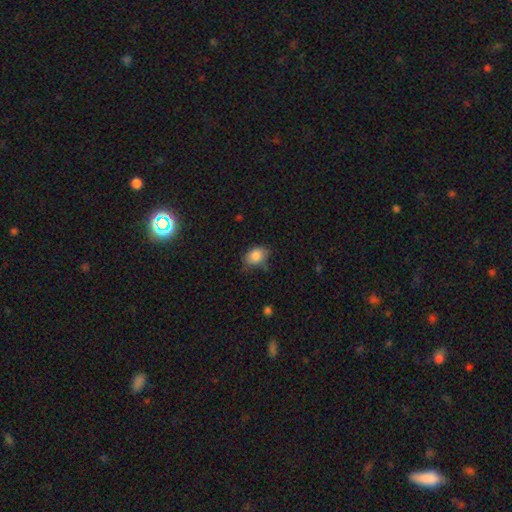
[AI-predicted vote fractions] A smooth galaxy with no disk features (85%) that is in between round and cigar-shaped (71%). Merging: none (62%).